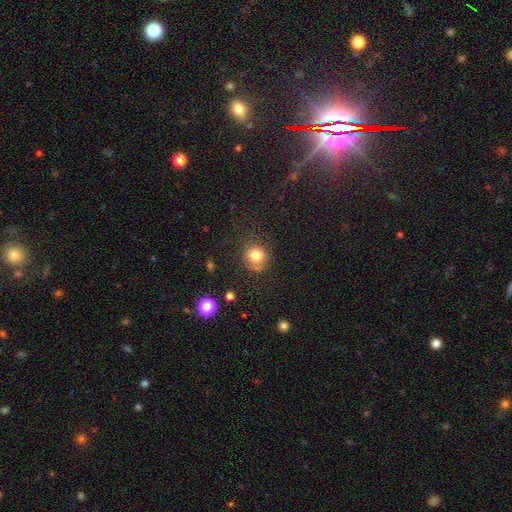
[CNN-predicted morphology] Smooth or featured? Predicted: smooth (p=0.78). How rounded? Predicted: round (p=0.88). Merging? Predicted: none (p=0.79).